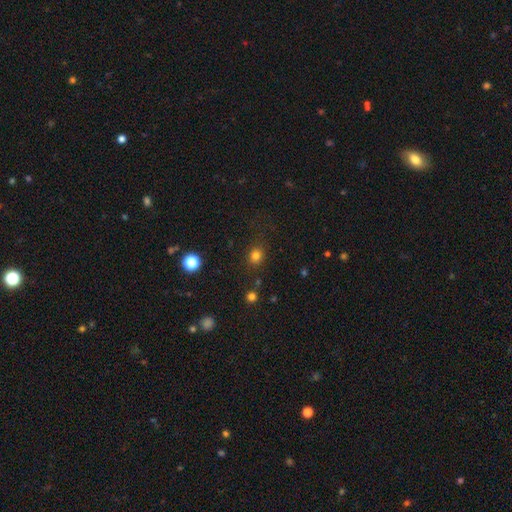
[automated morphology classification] Overall: smooth (79%). How rounded: round (79%). Merging: none (85%).